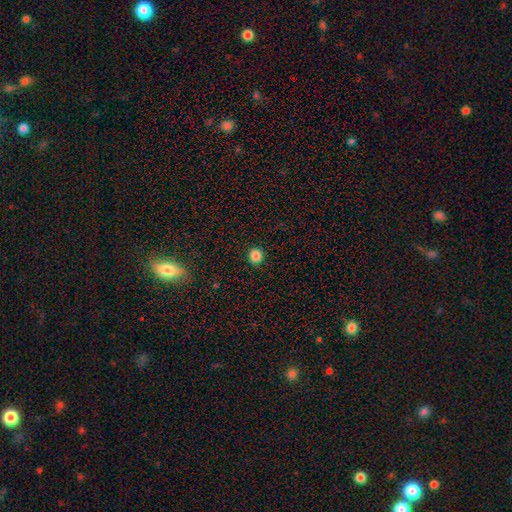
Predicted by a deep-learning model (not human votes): Overall: smooth (84%). How rounded: round (92%). Merging: none (91%).